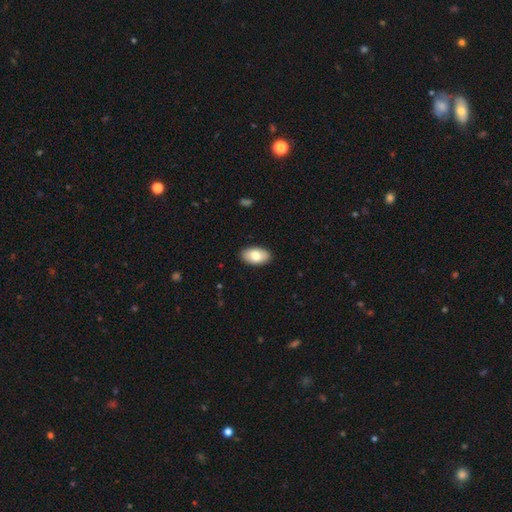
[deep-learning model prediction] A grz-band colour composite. It shows a smooth galaxy with no disk features (79%) that is in between round and cigar-shaped (94%). Merging: none (89%).